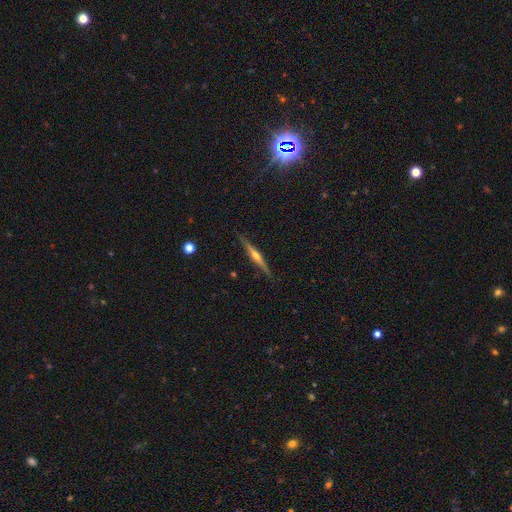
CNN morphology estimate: smooth-or-featured: featured or disk: 73% | smooth: 21% | star or artifact: 6%
  disk-edge-on: yes: 98% | no: 2%
    edge-on-bulge: rounded: 84% | none: 10% | boxy: 6%
  merging: none: 88% | minor disturbance: 9% | major disturbance: 2% | merger: 1%